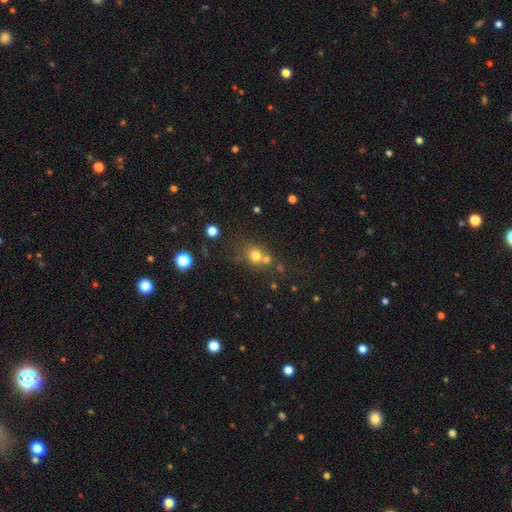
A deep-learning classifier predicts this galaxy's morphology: A smooth galaxy with no disk features (72%) that is round (79%). Merging: none (53%).